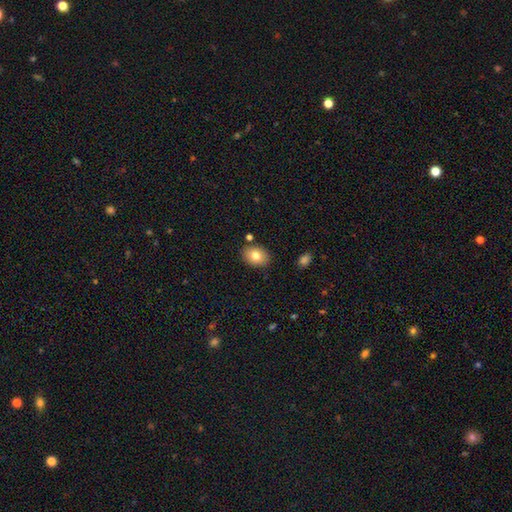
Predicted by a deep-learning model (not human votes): This appears to be a smooth galaxy with no disk features (78%) that is in between round and cigar-shaped (66%). Merging: none (85%).